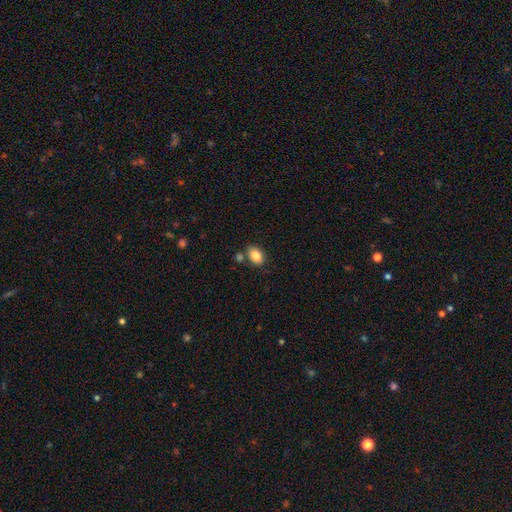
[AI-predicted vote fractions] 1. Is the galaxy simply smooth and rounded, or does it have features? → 85% smooth, 9% star or artifact, 6% featured or disk.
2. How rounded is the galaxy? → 78% in between, 20% round, 1% cigar-shaped.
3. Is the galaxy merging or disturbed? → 71% none, 13% merger, 12% minor disturbance, 3% major disturbance.